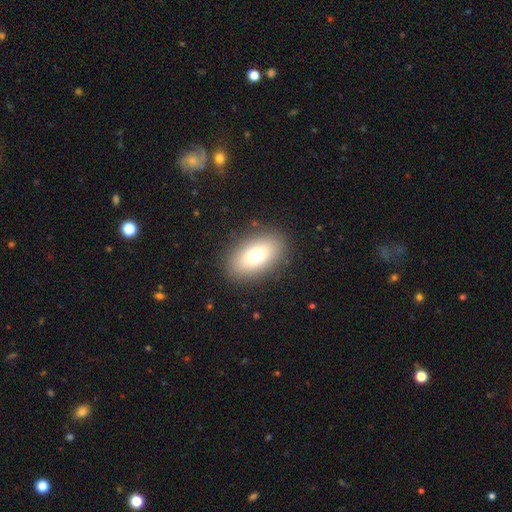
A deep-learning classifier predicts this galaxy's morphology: This appears to be a smooth galaxy with no disk features (73%) that is in between round and cigar-shaped (88%). Merging: none (87%).